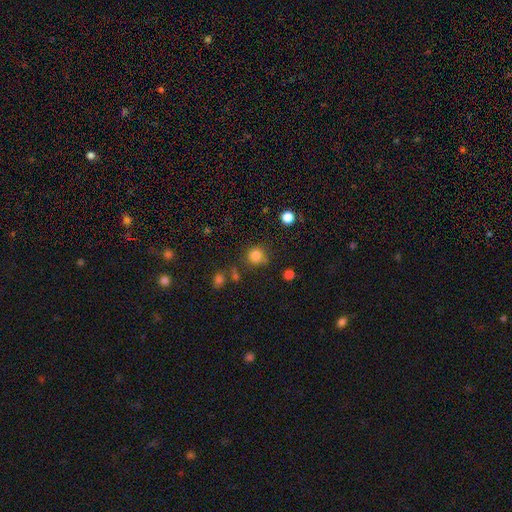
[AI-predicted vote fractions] Smooth or featured? smooth (82%)
How rounded? round (92%)
Merging? none (77%)